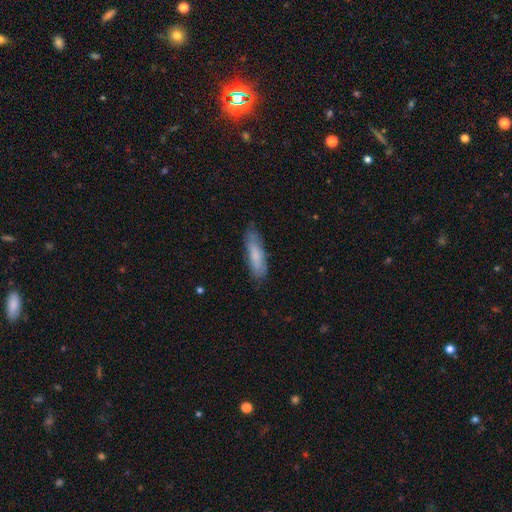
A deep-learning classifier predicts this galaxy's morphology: The model was most divided on "how rounded": cigar-shaped: 68%, in between: 30%, round: 1%. More confident: merging — none (73%); smooth or featured — smooth (73%).